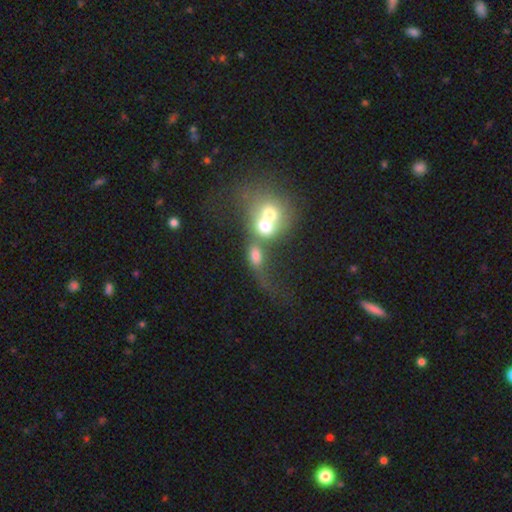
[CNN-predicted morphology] smooth 61%, featured or disk 24%, star or artifact 15%. Down the decision tree: how rounded — round (49%); merging — merger (64%).